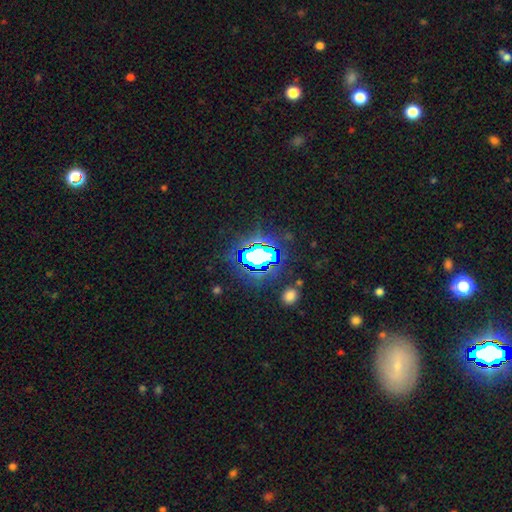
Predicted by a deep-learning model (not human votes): smooth-or-featured: star or artifact: 73% | smooth: 15% | featured or disk: 12%